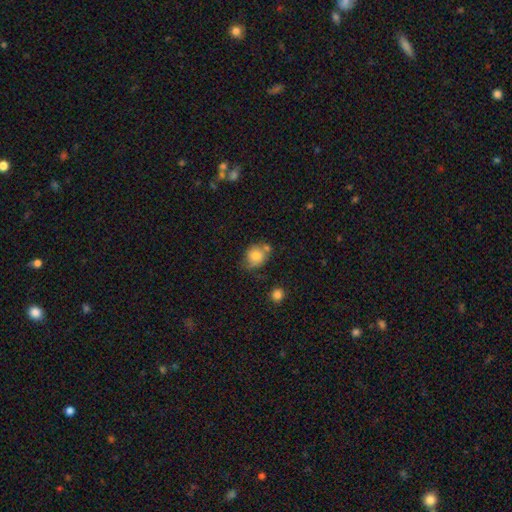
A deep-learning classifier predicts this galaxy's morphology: A smooth galaxy with no disk features (76%) that is round (68%).

Vote fractions:
- Smooth or featured? smooth: 76% / featured or disk: 15% / star or artifact: 9%
- How rounded? round: 68% / in between: 31% / cigar-shaped: 1%
- Merging? none: 50% / minor disturbance: 26% / merger: 15% / major disturbance: 8%